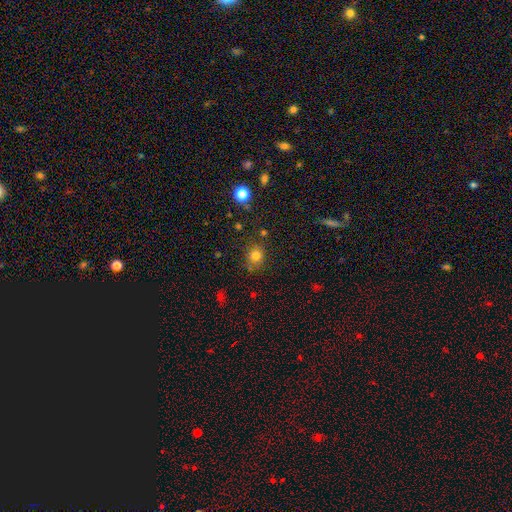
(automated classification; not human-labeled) Smooth or featured?
  - smooth: 79% *
  - star or artifact: 14%
  - featured or disk: 6%
How rounded?
  - round: 82% *
  - in between: 17%
  - cigar-shaped: 1%
Merging?
  - none: 76% *
  - minor disturbance: 14%
  - merger: 6%
  - major disturbance: 4%